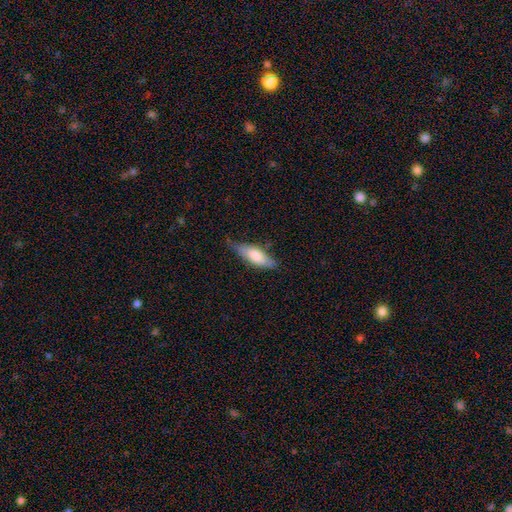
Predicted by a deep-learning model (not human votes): Smooth or featured? smooth (68%)
How rounded? in between (58%)
Merging? none (62%)